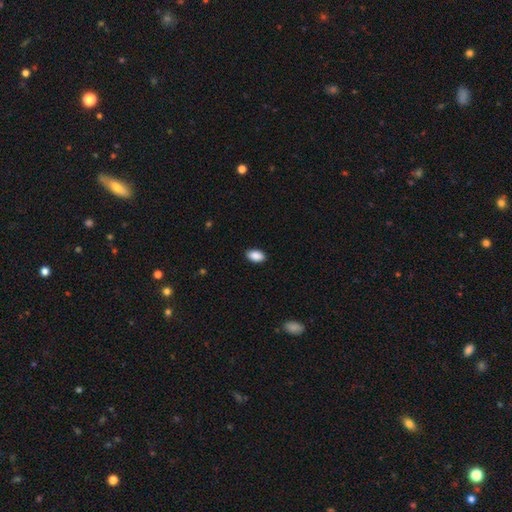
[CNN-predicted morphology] Smooth or featured?
  - smooth: 90% *
  - star or artifact: 7%
  - featured or disk: 3%
How rounded?
  - in between: 93% *
  - round: 5%
  - cigar-shaped: 2%
Merging?
  - none: 89% *
  - minor disturbance: 8%
  - major disturbance: 2%
  - merger: 1%